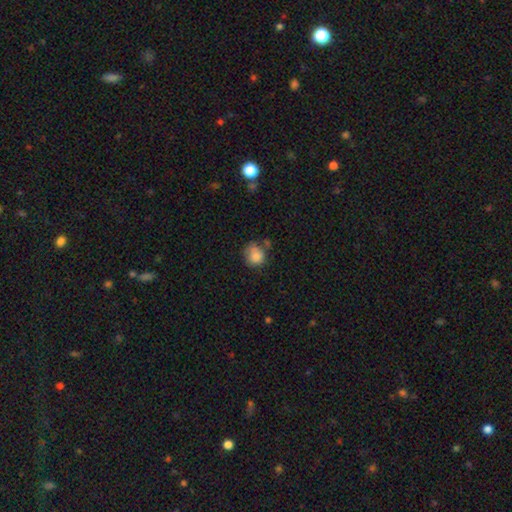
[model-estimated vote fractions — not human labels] smooth_or_featured: smooth (p=0.84) [alt: star or artifact p=0.09]
how_rounded: round (p=0.75) [alt: in between p=0.24]
merging: none (p=0.53) [alt: minor disturbance p=0.28]